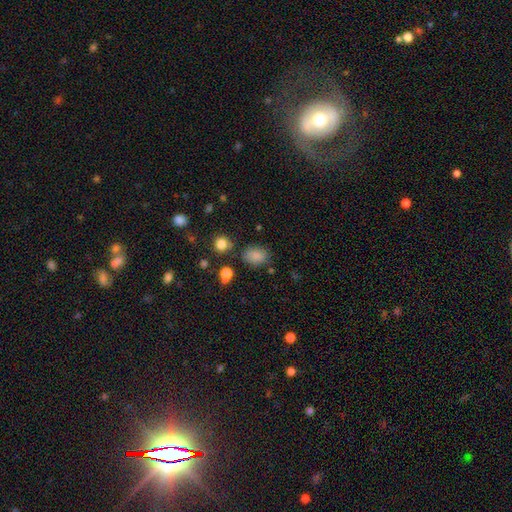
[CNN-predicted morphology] smooth_or_featured: smooth (p=0.83) [alt: star or artifact p=0.12]
how_rounded: in between (p=0.72) [alt: round p=0.27]
merging: none (p=0.73) [alt: minor disturbance p=0.17]